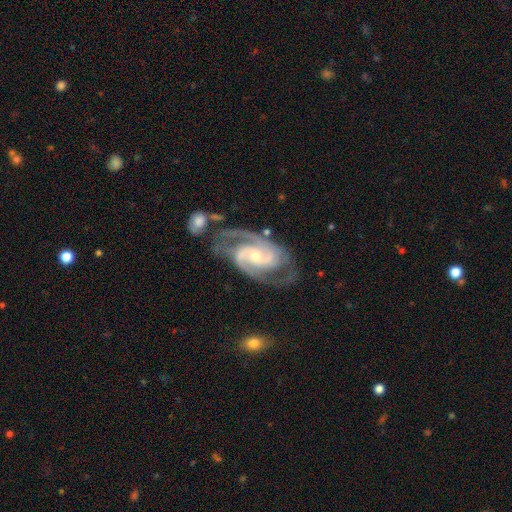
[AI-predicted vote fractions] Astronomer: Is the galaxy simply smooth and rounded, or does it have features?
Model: featured or disk — 92%.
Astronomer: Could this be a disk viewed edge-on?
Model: no — 97%.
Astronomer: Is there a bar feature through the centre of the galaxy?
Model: no — 42% (runner-up: weak, 41%).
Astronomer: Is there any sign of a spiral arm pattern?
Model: yes — 98%.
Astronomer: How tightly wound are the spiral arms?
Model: medium — 55% (runner-up: tight, 36%).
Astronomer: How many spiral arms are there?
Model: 2 — 78%.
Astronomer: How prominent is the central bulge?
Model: small — 57% (runner-up: moderate, 39%).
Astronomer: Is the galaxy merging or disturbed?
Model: none — 61%.